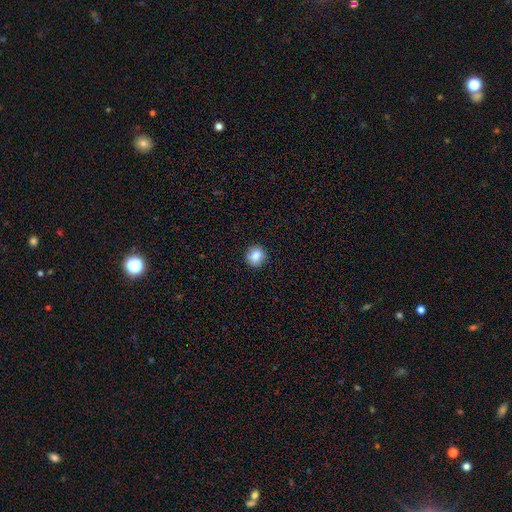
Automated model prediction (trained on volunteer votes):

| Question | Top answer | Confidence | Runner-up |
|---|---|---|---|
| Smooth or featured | smooth | 84% | star or artifact (9%) |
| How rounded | round | 89% | in between (10%) |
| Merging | none | 89% | minor disturbance (8%) |